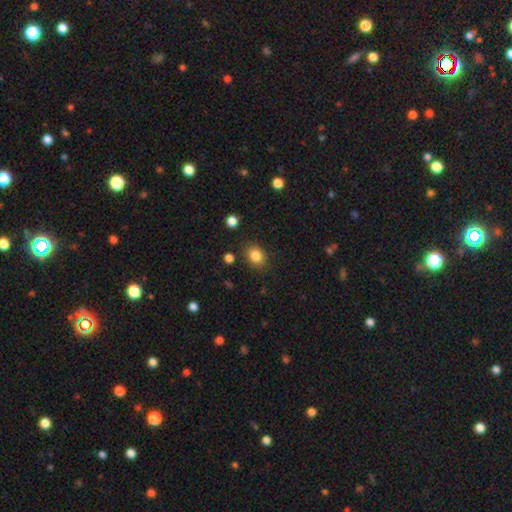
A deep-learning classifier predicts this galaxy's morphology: Smooth or featured: smooth — 84% (star or artifact — 11%)
How rounded: round — 52% (in between — 47%)
Merging: none — 84% (minor disturbance — 11%)